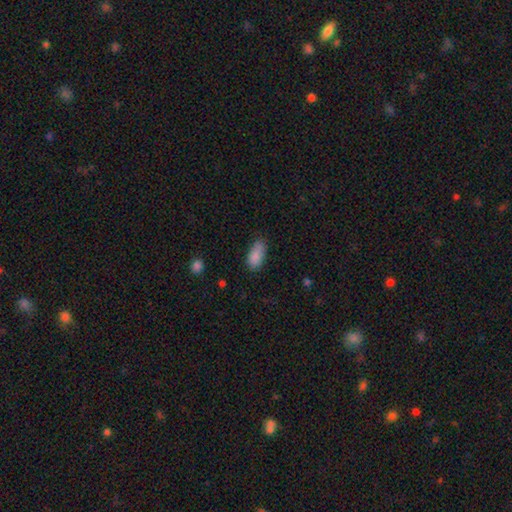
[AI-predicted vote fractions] smooth_or_featured: smooth (p=0.87) [alt: star or artifact p=0.08]
how_rounded: in between (p=0.91) [alt: cigar-shaped p=0.06]
merging: none (p=0.72) [alt: minor disturbance p=0.22]